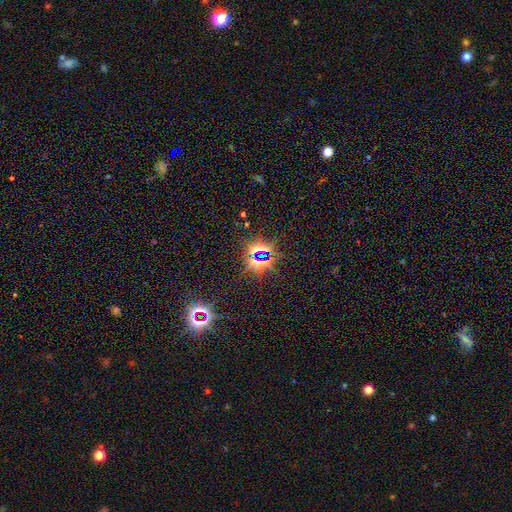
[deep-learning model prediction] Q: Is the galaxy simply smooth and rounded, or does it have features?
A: star or artifact — 76%.